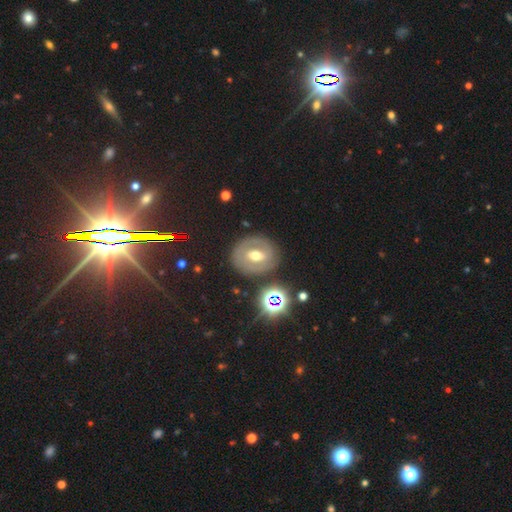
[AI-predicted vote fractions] A featured or disk galaxy (60%) with a weak bar (42%), no spiral arms (54%) and a moderate central bulge (75%).

Vote fractions:
- Smooth or featured? featured or disk: 60% / smooth: 29% / star or artifact: 11%
- Edge-on disk? no: 95% / yes: 5%
- Bar? weak: 42% / no: 31% / strong: 27%
- Spiral arms? no: 54% / yes: 46%
- Bulge size? moderate: 75% / small: 14% / large: 8% / dominant: 1% / none: 1%
- Merging? none: 78% / minor disturbance: 13% / major disturbance: 6% / merger: 3%